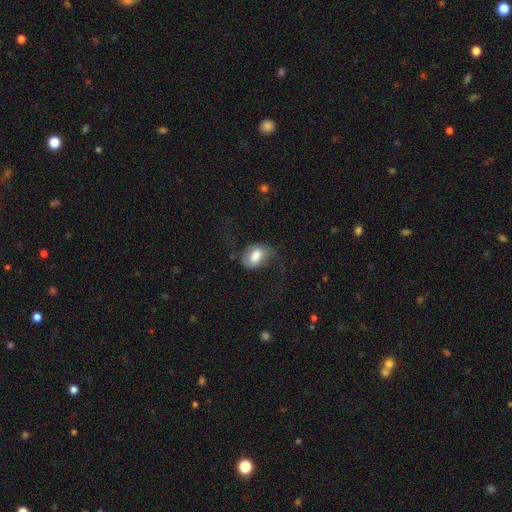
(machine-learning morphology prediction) Smooth or featured: smooth — 54% (featured or disk — 39%)
How rounded: in between — 79% (round — 19%)
Merging: none — 47% (major disturbance — 30%)